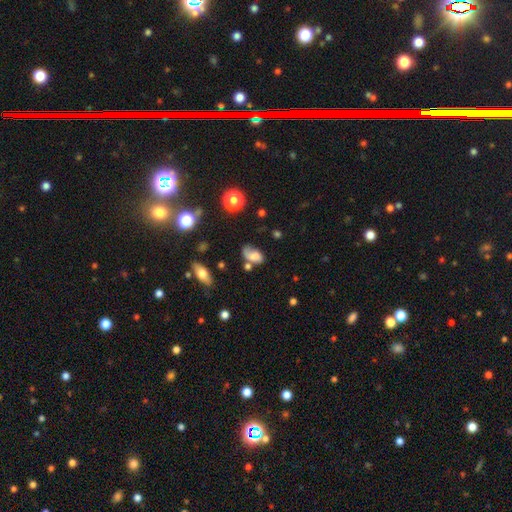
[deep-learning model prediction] Smooth or featured: smooth — 63% (featured or disk — 25%)
How rounded: in between — 86% (round — 11%)
Merging: none — 36% (minor disturbance — 28%)